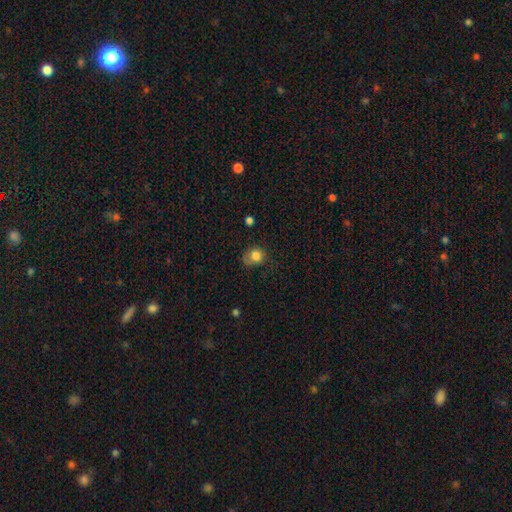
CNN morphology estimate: Smooth or featured? smooth (81%)
How rounded? round (70%)
Merging? none (52%)